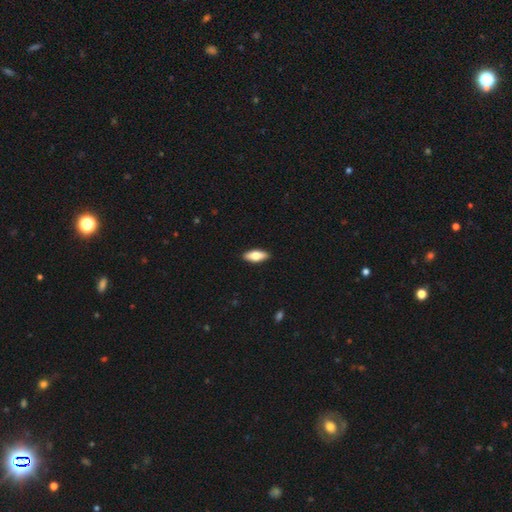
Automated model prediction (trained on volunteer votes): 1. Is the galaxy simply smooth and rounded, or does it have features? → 67% smooth, 27% featured or disk, 6% star or artifact.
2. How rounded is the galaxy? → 73% in between, 24% cigar-shaped, 3% round.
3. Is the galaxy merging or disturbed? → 90% none, 7% minor disturbance, 2% major disturbance, 1% merger.